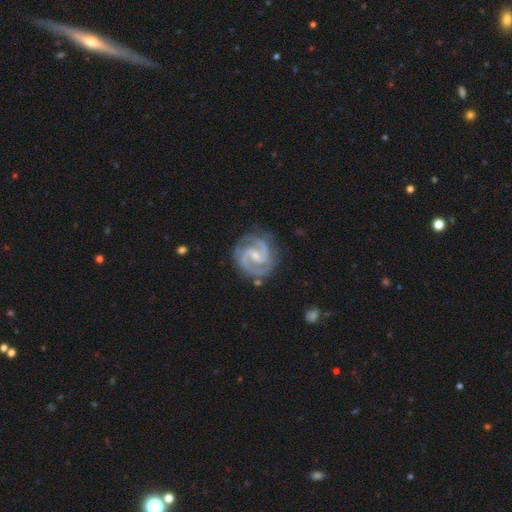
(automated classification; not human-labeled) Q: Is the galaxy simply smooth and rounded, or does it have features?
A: featured or disk — 92%.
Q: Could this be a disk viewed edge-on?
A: no — 98%.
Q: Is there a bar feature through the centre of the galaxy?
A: weak — 53%.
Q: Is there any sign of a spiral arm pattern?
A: yes — 98%.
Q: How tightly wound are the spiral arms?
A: medium — 55%.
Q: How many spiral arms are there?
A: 2 — 90%.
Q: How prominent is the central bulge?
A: small — 62%.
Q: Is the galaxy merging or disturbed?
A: none — 79%.